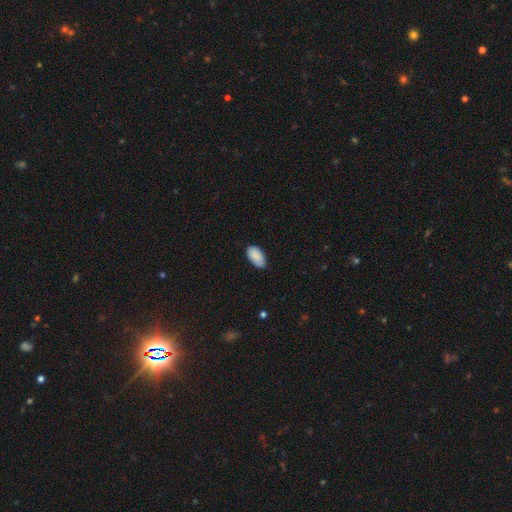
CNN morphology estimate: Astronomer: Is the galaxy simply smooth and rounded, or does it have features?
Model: smooth — 88%.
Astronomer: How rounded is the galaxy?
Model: in between — 95%.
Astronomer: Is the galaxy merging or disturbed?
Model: none — 74%.